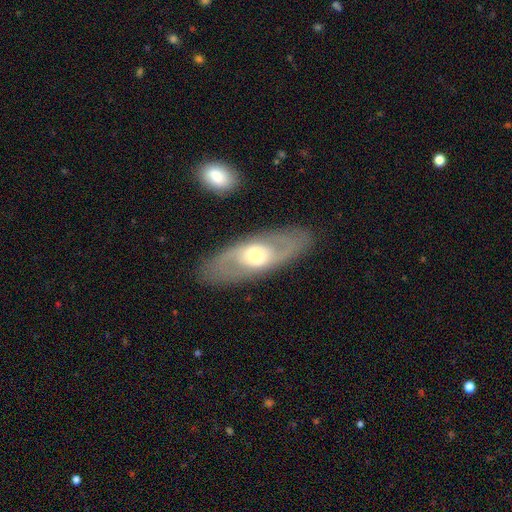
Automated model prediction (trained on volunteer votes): smooth_or_featured: featured or disk (p=0.67) [alt: smooth p=0.27]
disk_edge_on: no (p=0.85) [alt: yes p=0.15]
bar: no (p=0.54) [alt: weak p=0.32]
has_spiral_arms: yes (p=0.57) [alt: no p=0.43]
bulge_size: moderate (p=0.62) [alt: small p=0.20]
merging: none (p=0.85) [alt: minor disturbance p=0.09]